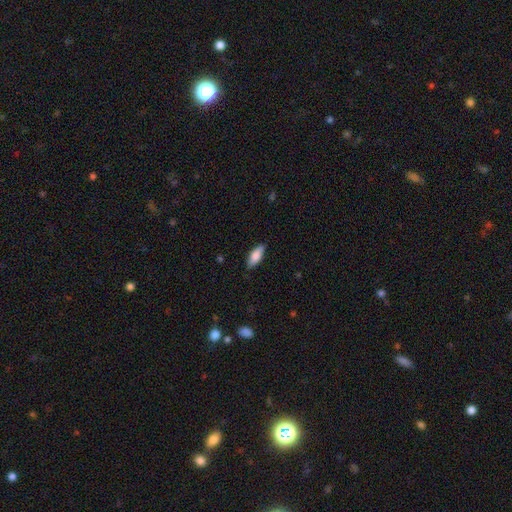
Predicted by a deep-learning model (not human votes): Smooth or featured?
  - smooth: 80% *
  - featured or disk: 14%
  - star or artifact: 6%
How rounded?
  - in between: 71% *
  - cigar-shaped: 27%
  - round: 2%
Merging?
  - none: 85% *
  - minor disturbance: 12%
  - major disturbance: 2%
  - merger: 1%